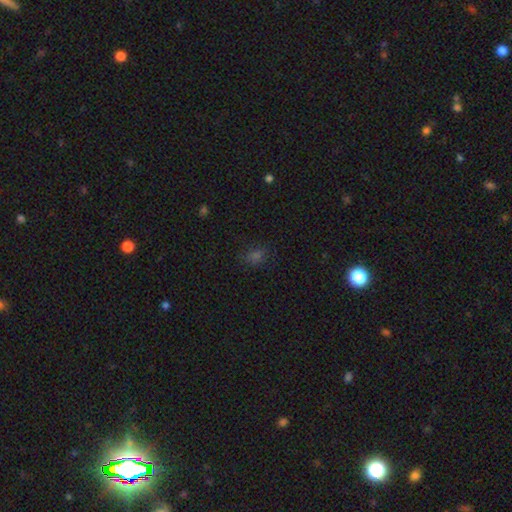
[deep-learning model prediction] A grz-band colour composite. It shows a smooth galaxy with no disk features (60%) that is round (50%). Merging: none (79%).